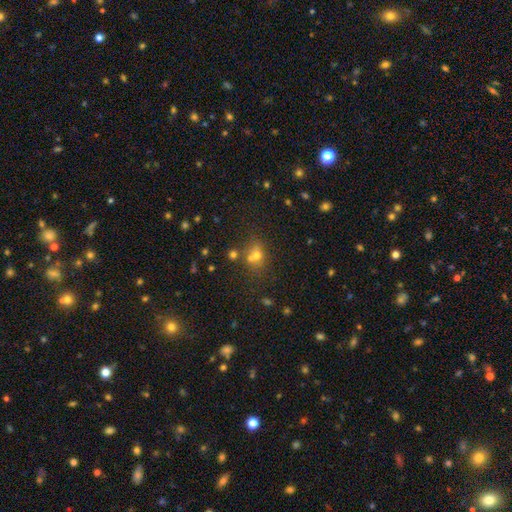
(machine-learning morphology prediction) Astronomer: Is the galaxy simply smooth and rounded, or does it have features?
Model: smooth — 59%.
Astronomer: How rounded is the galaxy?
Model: round — 65%.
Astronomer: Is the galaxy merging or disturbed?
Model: none — 52% (runner-up: merger, 32%).